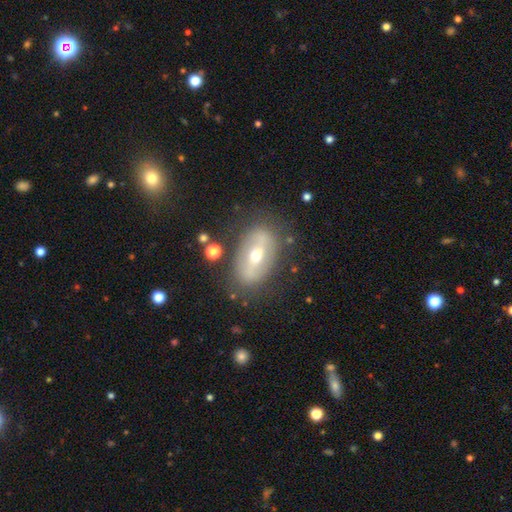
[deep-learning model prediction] This appears to be a featured or disk galaxy (67%) with a strong bar (48%), no spiral arms (59%) and a moderate central bulge (57%). Merging: none (79%).